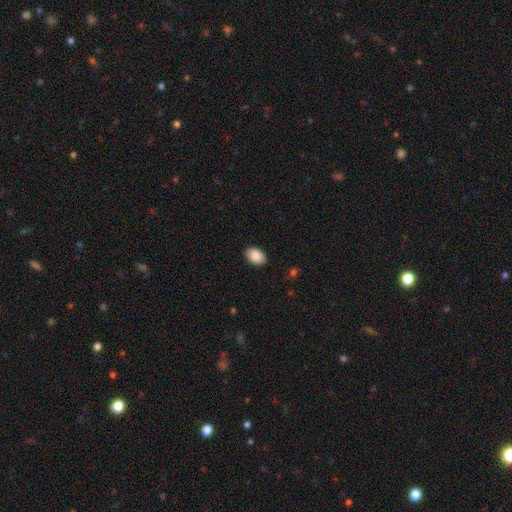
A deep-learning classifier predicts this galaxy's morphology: A smooth galaxy with no disk features (88%) that is in between round and cigar-shaped (87%).

Vote fractions:
- Smooth or featured? smooth: 88% / star or artifact: 7% / featured or disk: 5%
- How rounded? in between: 87% / round: 12% / cigar-shaped: 1%
- Merging? none: 89% / minor disturbance: 8% / major disturbance: 2% / merger: 1%